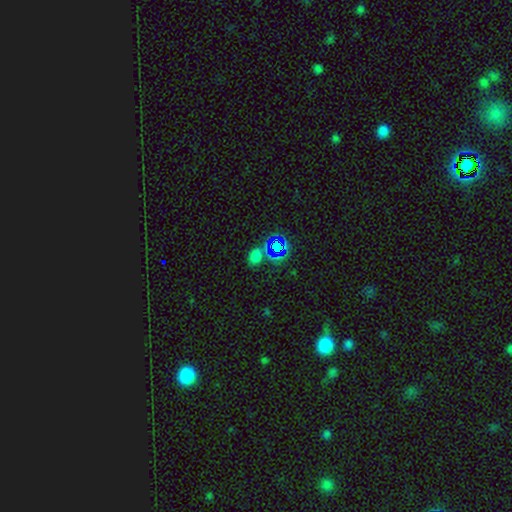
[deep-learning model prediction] Smooth or featured: smooth — 59% (star or artifact — 34%)
How rounded: in between — 59% (round — 39%)
Merging: none — 65% (merger — 15%)